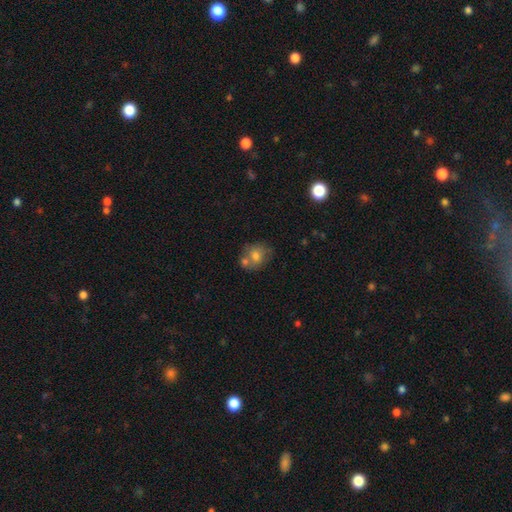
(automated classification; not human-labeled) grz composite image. It shows a smooth galaxy with no disk features (70%) that is round (60%). Merging: none (42%).